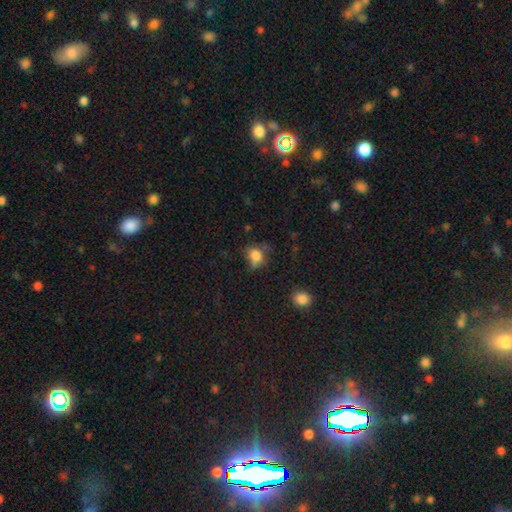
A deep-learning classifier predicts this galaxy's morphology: smooth 77%, star or artifact 12%, featured or disk 11%. Down the decision tree: how rounded — round (55%); merging — none (50%).